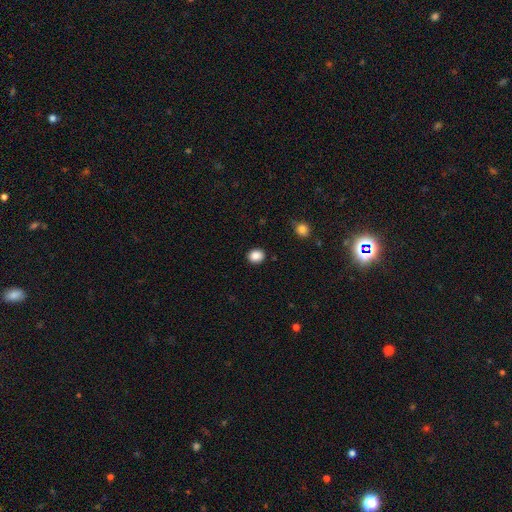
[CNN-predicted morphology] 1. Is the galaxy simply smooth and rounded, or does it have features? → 88% smooth, 9% star or artifact, 3% featured or disk.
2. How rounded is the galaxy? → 65% round, 34% in between, 1% cigar-shaped.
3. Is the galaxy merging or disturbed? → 90% none, 7% minor disturbance, 2% major disturbance, 1% merger.